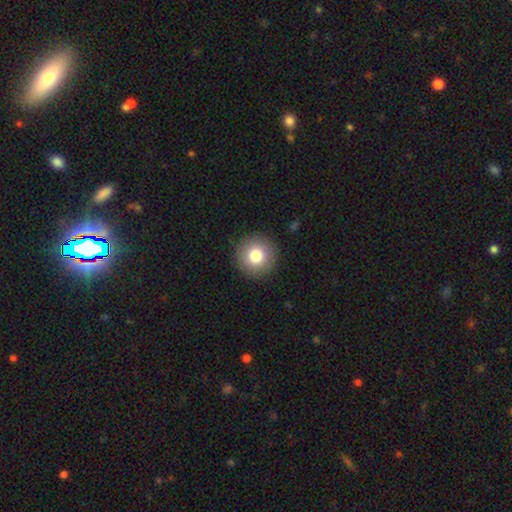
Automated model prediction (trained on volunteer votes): Smooth or featured? Predicted: smooth (p=0.79). How rounded? Predicted: round (p=0.95). Merging? Predicted: none (p=0.91).